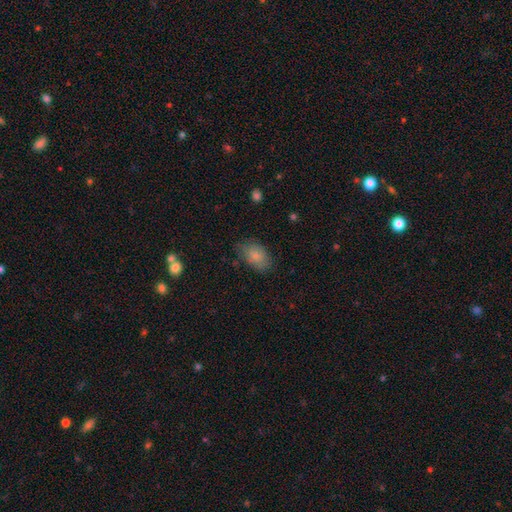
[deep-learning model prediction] A smooth galaxy with no disk features (81%) that is in between round and cigar-shaped (90%). Merging: none (74%).